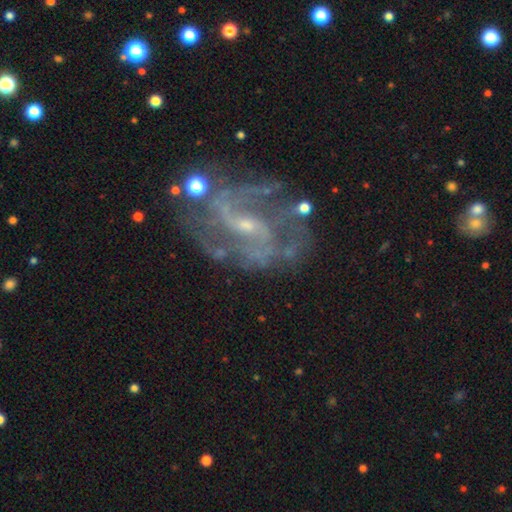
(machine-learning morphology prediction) A featured or disk galaxy (89%) with a weak bar (53%), 2 (74%) medium (50%) spiral arms (95%) and a small central bulge (68%).

Vote fractions:
- Smooth or featured? featured or disk: 89% / star or artifact: 7% / smooth: 5%
- Edge-on disk? no: 98% / yes: 2%
- Bar? weak: 53% / no: 29% / strong: 18%
- Spiral arms? yes: 95% / no: 5%
- Spiral winding? medium: 50% / loose: 33% / tight: 17%
- Spiral arm count? 2: 74% / can't tell: 9% / 3: 7% / 1: 3% / 4: 3% / more than 4: 3%
- Bulge size? small: 68% / moderate: 24% / none: 6% / large: 1% / dominant: 1%
- Merging? none: 59% / minor disturbance: 20% / major disturbance: 16% / merger: 5%